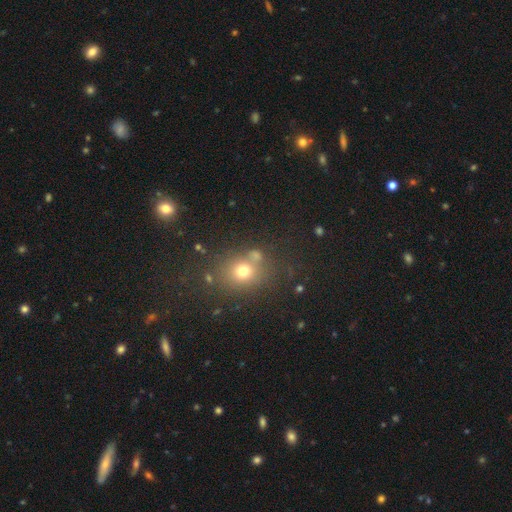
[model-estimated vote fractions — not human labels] The model was most divided on "how rounded": round: 67%, in between: 32%, cigar-shaped: 1%. More confident: merging — none (67%); smooth or featured — smooth (62%).